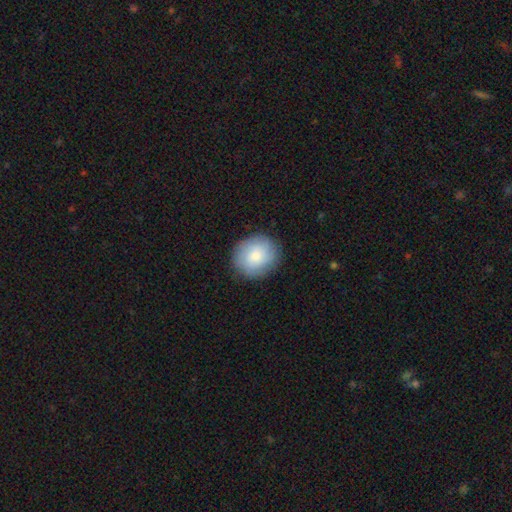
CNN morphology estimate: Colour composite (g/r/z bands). It shows a smooth galaxy with no disk features (79%) that is round (80%). Merging: none (85%).